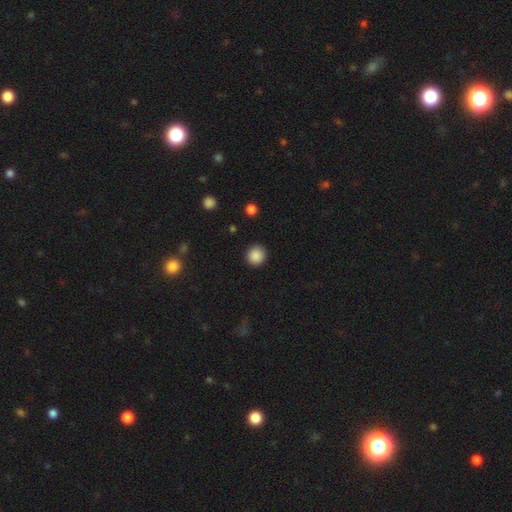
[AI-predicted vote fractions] Smooth or featured: smooth — 88% (star or artifact — 9%)
How rounded: round — 92% (in between — 7%)
Merging: none — 91% (minor disturbance — 6%)